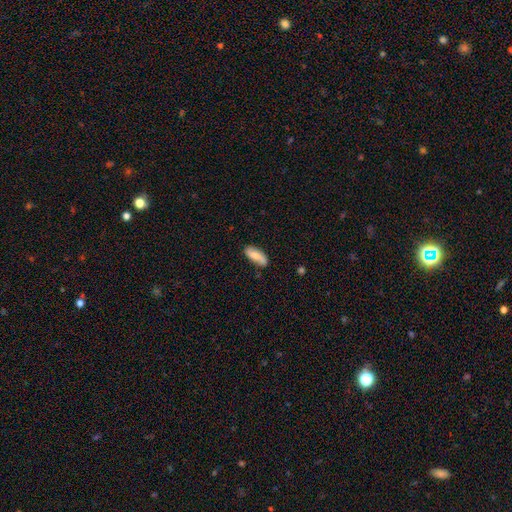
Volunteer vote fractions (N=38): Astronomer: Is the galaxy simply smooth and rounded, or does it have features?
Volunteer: smooth — 68%.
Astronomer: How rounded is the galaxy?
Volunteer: in between — 77%.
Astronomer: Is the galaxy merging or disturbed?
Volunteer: none — 76%.